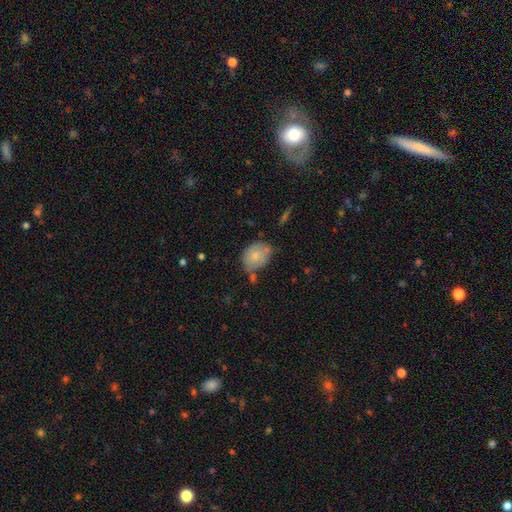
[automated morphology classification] Smooth or featured: smooth — 75% (featured or disk — 17%)
How rounded: in between — 61% (round — 38%)
Merging: none — 57% (minor disturbance — 26%)